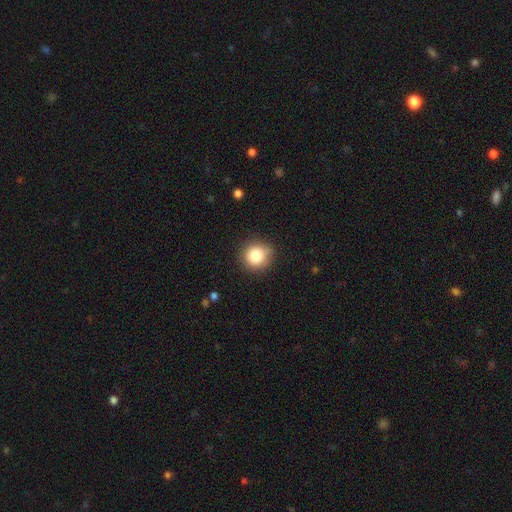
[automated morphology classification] smooth_or_featured: smooth (p=0.84) [alt: star or artifact p=0.10]
how_rounded: round (p=0.91) [alt: in between p=0.08]
merging: none (p=0.82) [alt: minor disturbance p=0.13]